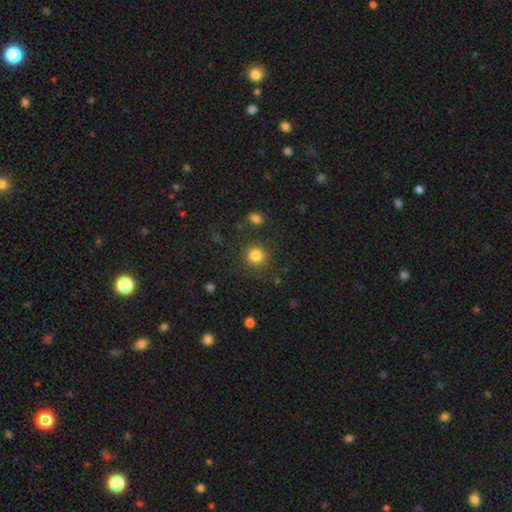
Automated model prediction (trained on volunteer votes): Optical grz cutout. It shows a smooth galaxy with no disk features (83%) that is round (91%). Merging: none (87%).